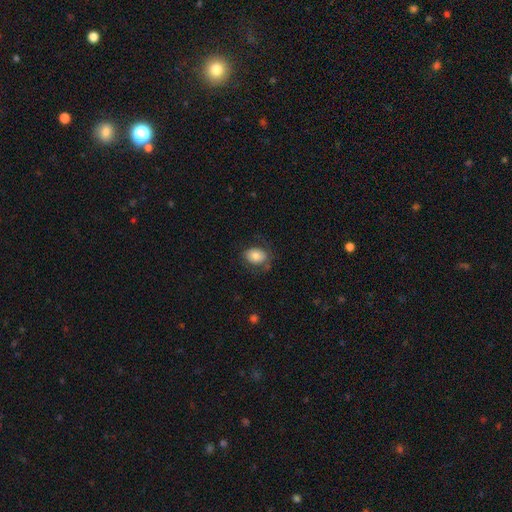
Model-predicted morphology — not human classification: Smooth or featured: smooth — 76% (featured or disk — 16%)
How rounded: in between — 71% (round — 28%)
Merging: none — 69% (minor disturbance — 20%)